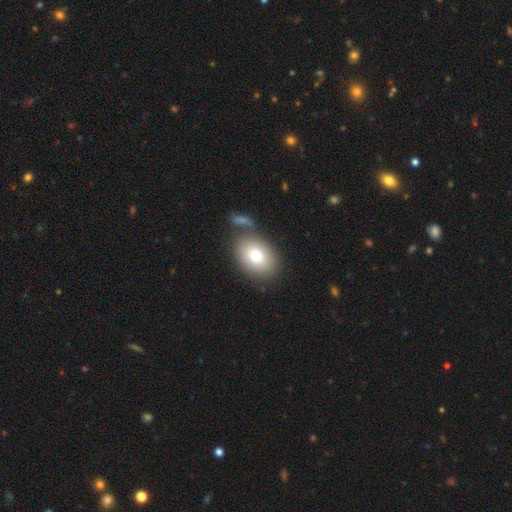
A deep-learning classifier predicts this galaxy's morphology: Q: Smooth or featured?
A: smooth (77%); runner-up: featured or disk (14%)
Q: How rounded?
A: in between (71%); runner-up: round (28%)
Q: Merging?
A: none (72%); runner-up: minor disturbance (13%)